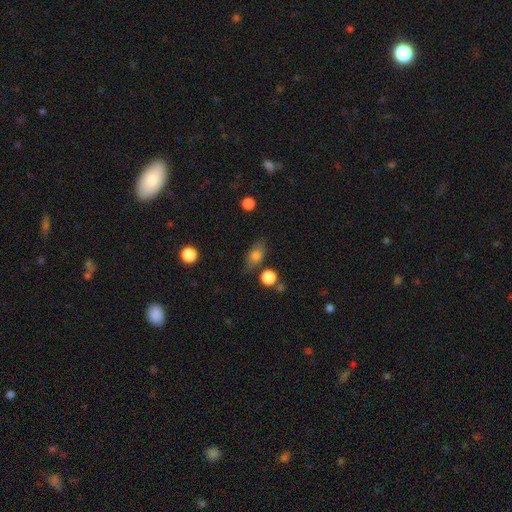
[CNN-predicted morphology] Smooth or featured: smooth — 74% (featured or disk — 16%)
How rounded: in between — 73% (round — 18%)
Merging: none — 73% (minor disturbance — 17%)